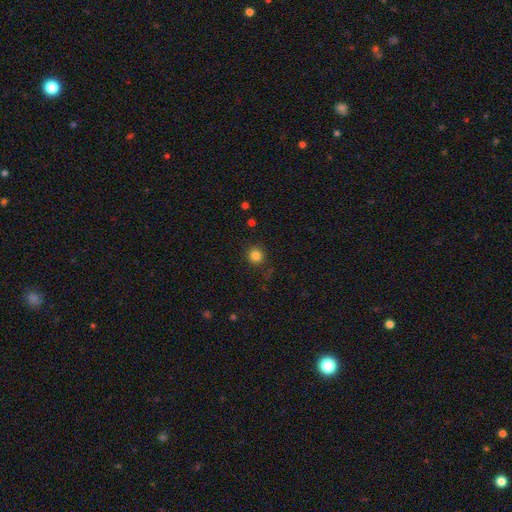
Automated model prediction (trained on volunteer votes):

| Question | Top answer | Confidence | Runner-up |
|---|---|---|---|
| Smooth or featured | smooth | 83% | star or artifact (12%) |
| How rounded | round | 91% | in between (8%) |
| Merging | none | 88% | minor disturbance (8%) |